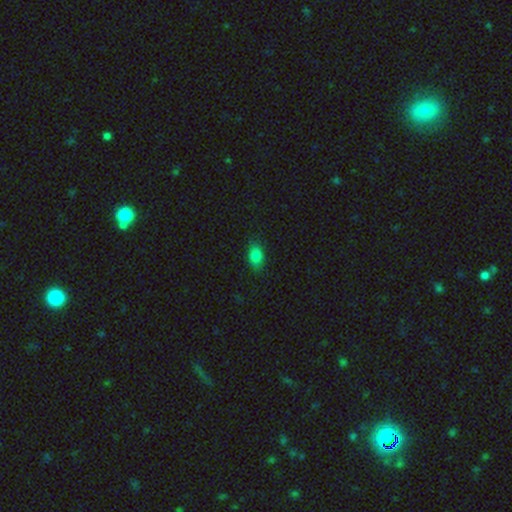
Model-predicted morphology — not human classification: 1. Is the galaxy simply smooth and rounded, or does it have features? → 83% smooth, 11% star or artifact, 6% featured or disk.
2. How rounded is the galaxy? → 85% in between, 12% round, 3% cigar-shaped.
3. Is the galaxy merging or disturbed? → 83% none, 13% minor disturbance, 3% major disturbance, 1% merger.